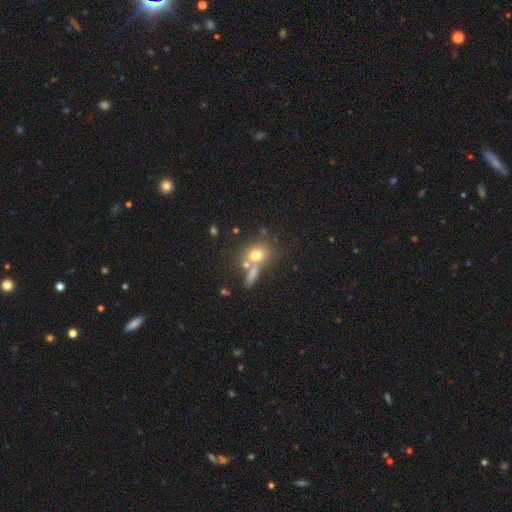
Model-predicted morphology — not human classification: Smooth or featured: smooth — 70% (featured or disk — 17%)
How rounded: round — 64% (in between — 34%)
Merging: none — 47% (merger — 34%)